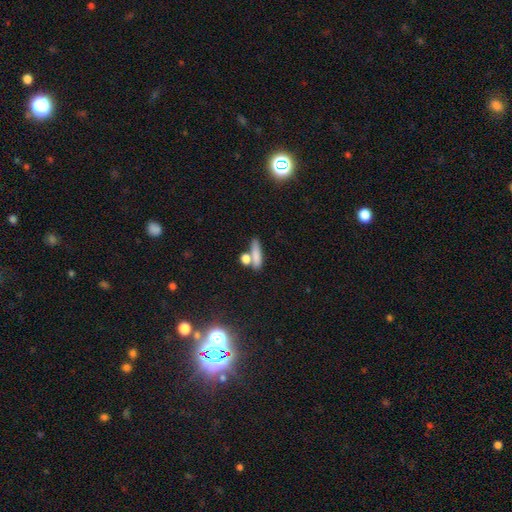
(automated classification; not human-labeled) smooth 76%, featured or disk 13%, star or artifact 11%. Down the decision tree: how rounded — cigar-shaped (55%); merging — none (54%).